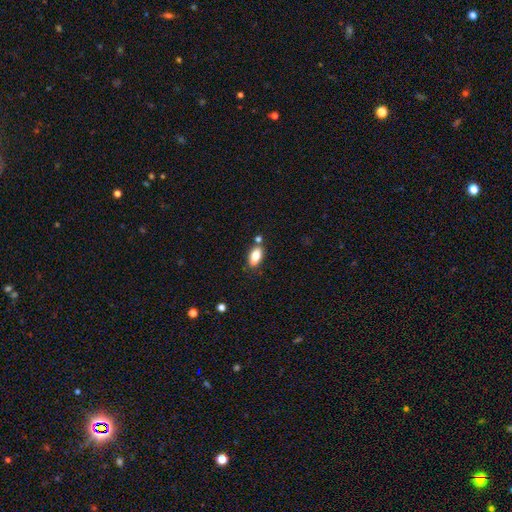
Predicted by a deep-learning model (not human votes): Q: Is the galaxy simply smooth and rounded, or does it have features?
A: smooth — 78%.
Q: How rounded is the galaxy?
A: in between — 89%.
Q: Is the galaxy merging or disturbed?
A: none — 70%.